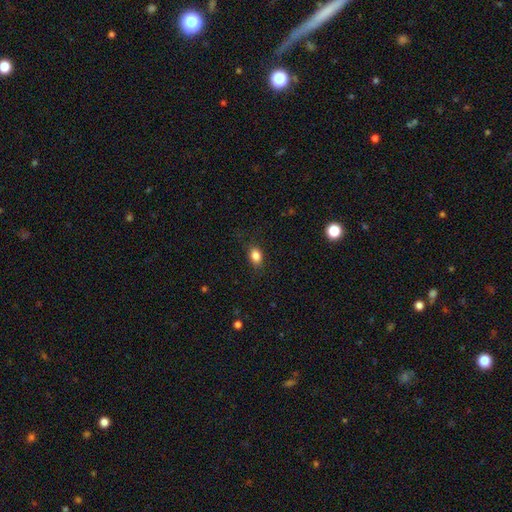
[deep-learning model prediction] Smooth or featured? Predicted: smooth (p=0.85). How rounded? Predicted: in between (p=0.77). Merging? Predicted: none (p=0.84).